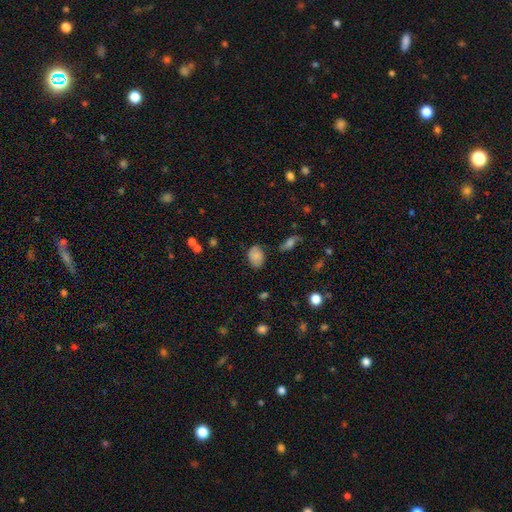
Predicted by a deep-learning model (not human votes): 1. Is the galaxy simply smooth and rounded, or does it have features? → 79% smooth, 11% featured or disk, 10% star or artifact.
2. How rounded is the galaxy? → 75% in between, 24% round, 1% cigar-shaped.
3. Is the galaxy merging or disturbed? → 72% none, 20% minor disturbance, 5% major disturbance, 3% merger.